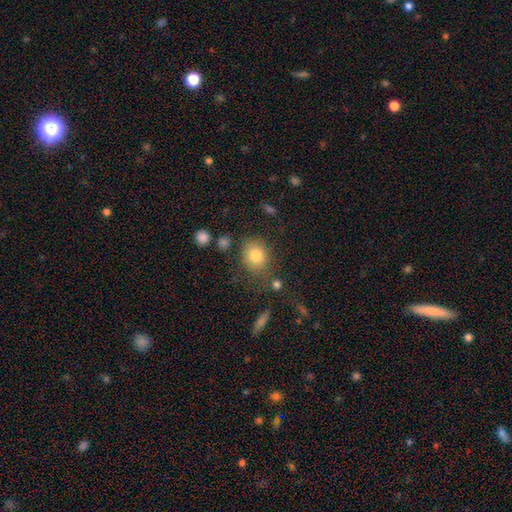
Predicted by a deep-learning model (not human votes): Overall: smooth (81%). How rounded: round (60%; in between 39%). Merging: none (72%).